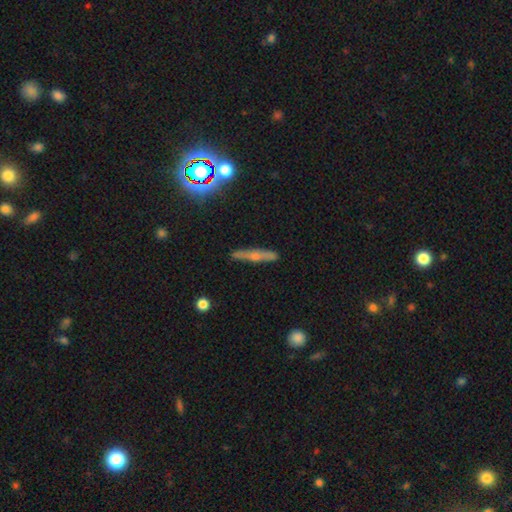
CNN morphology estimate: Smooth or featured? Predicted: featured or disk (p=0.52). Edge-on disk? Predicted: yes (p=0.92). Merging? Predicted: none (p=0.86).